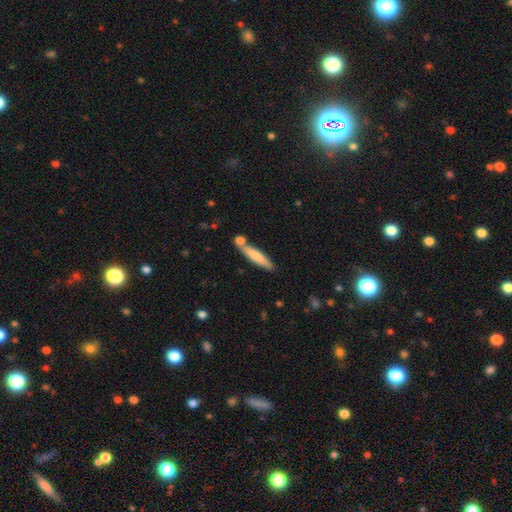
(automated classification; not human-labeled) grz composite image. It shows a smooth galaxy with no disk features (71%) that is cigar-shaped (88%). Merging: none (69%).